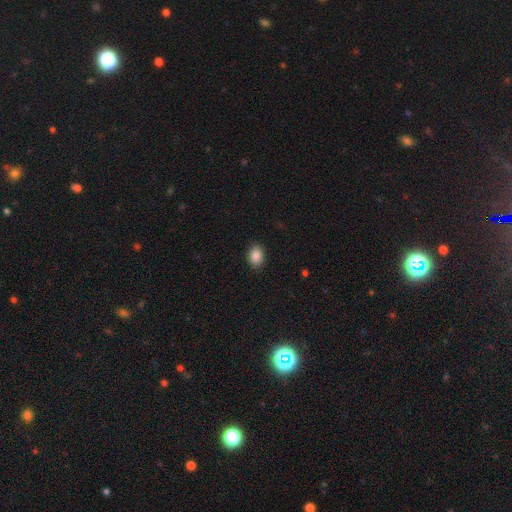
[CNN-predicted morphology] Q: Smooth or featured?
A: smooth (88%); runner-up: star or artifact (8%)
Q: How rounded?
A: in between (75%); runner-up: round (24%)
Q: Merging?
A: none (89%); runner-up: minor disturbance (8%)